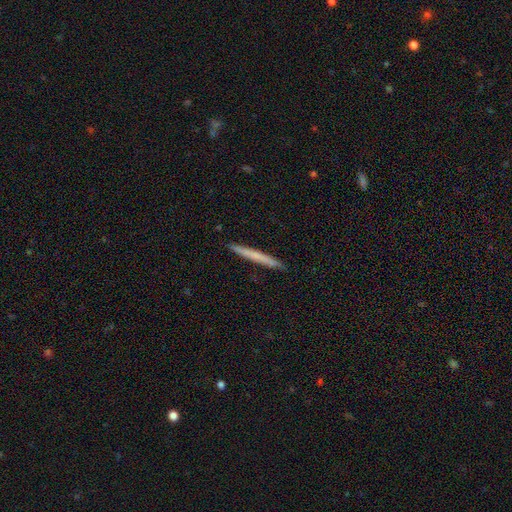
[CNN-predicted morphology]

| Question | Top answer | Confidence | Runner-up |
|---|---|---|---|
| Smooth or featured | smooth | 58% | featured or disk (37%) |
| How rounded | cigar-shaped | 97% | in between (2%) |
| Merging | none | 92% | minor disturbance (6%) |